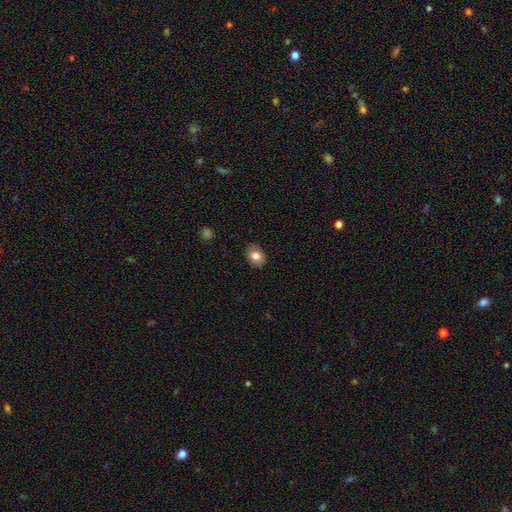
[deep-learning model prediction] The model was most divided on "how rounded": in between: 58%, round: 41%, cigar-shaped: 1%. More confident: merging — none (86%); smooth or featured — smooth (81%).